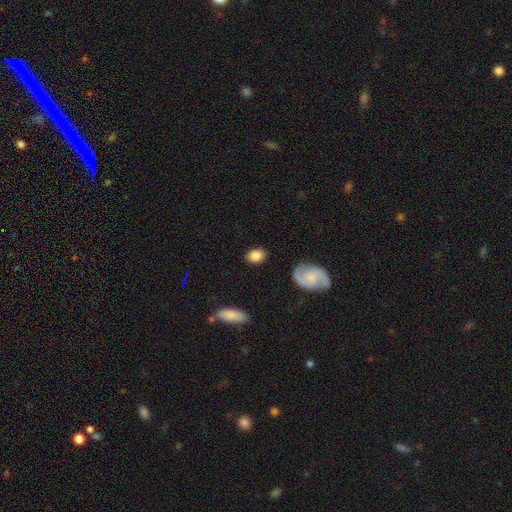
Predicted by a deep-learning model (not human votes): Morphology: type=smooth (83%); roundness=in between (73%); merging=none (83%).